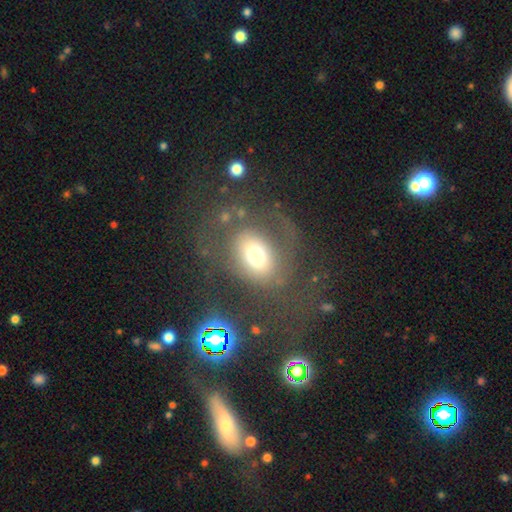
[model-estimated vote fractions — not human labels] A smooth galaxy with no disk features (55%) that is in between round and cigar-shaped (61%).

Vote fractions:
- Smooth or featured? smooth: 55% / featured or disk: 31% / star or artifact: 13%
- How rounded? in between: 61% / round: 38% / cigar-shaped: 1%
- Merging? none: 53% / major disturbance: 26% / minor disturbance: 17% / merger: 4%